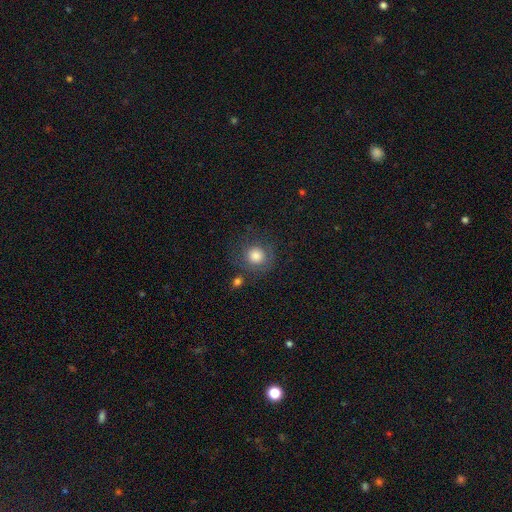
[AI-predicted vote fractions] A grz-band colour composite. It shows a smooth galaxy with no disk features (78%) that is round (91%). Merging: none (71%).